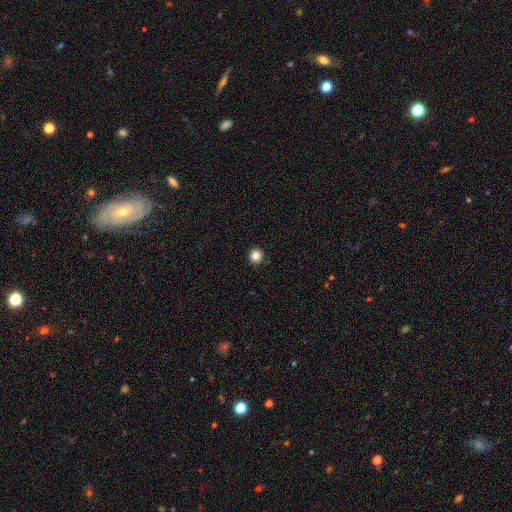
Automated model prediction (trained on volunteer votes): Morphology: type=smooth (84%); roundness=round (94%); merging=none (93%).